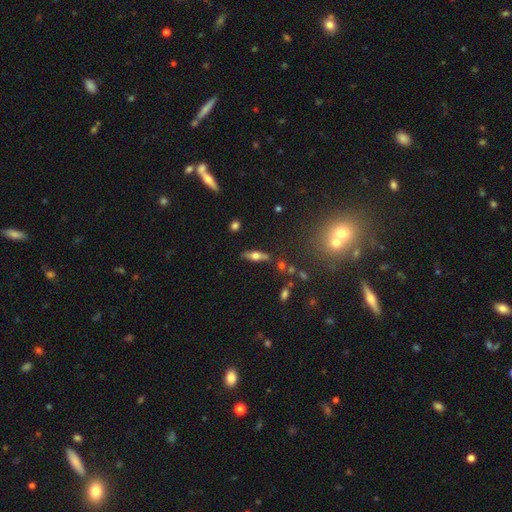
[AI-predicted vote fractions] smooth-or-featured: smooth: 46% | featured or disk: 45% | star or artifact: 9%
  merging: none: 76% | minor disturbance: 14% | merger: 7% | major disturbance: 4%